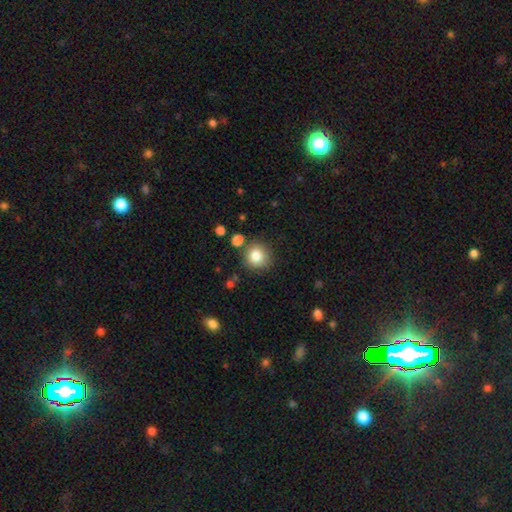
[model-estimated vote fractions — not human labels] Smooth or featured? Predicted: smooth (p=0.82). How rounded? Predicted: round (p=0.91). Merging? Predicted: none (p=0.80).